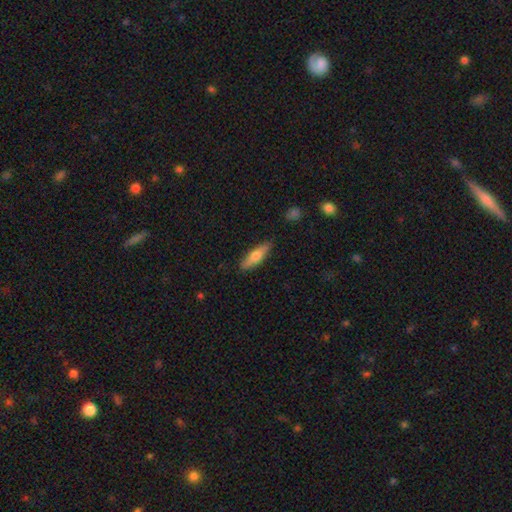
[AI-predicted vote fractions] Smooth or featured? Predicted: smooth (p=0.64). How rounded? Predicted: cigar-shaped (p=0.61). Merging? Predicted: none (p=0.85).